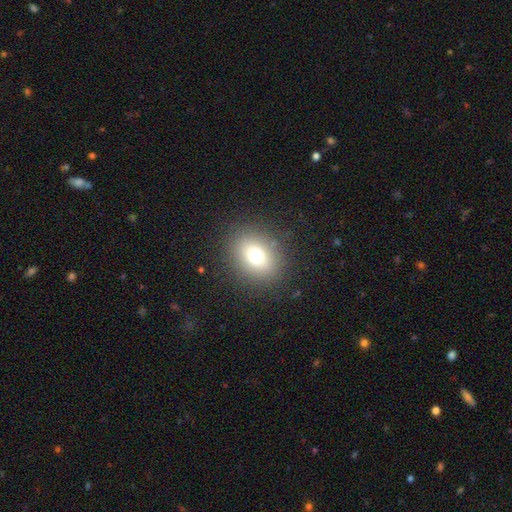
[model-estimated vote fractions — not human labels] smooth_or_featured: smooth (p=0.71) [alt: star or artifact p=0.15]
how_rounded: round (p=0.55) [alt: in between p=0.44]
merging: none (p=0.86) [alt: minor disturbance p=0.08]